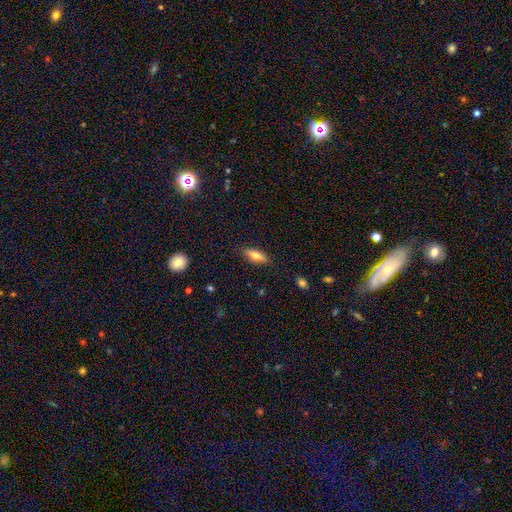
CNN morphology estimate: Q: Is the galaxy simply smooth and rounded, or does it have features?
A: smooth — 67%.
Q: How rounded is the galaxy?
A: in between — 54%.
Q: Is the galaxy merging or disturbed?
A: none — 86%.